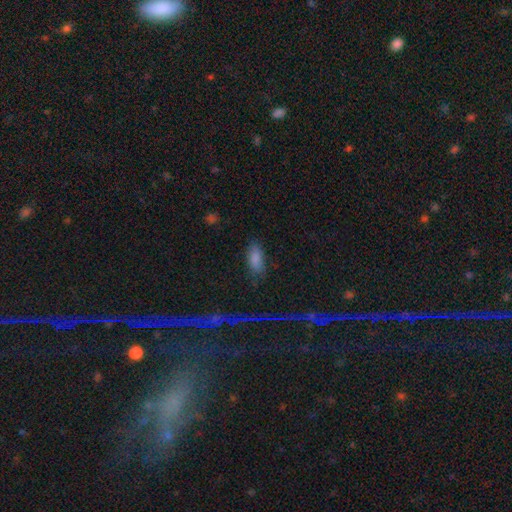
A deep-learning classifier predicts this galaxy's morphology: The model was most divided on "merging": none: 78%, minor disturbance: 16%, major disturbance: 4%, merger: 2%. More confident: how rounded — in between (82%); smooth or featured — smooth (77%).